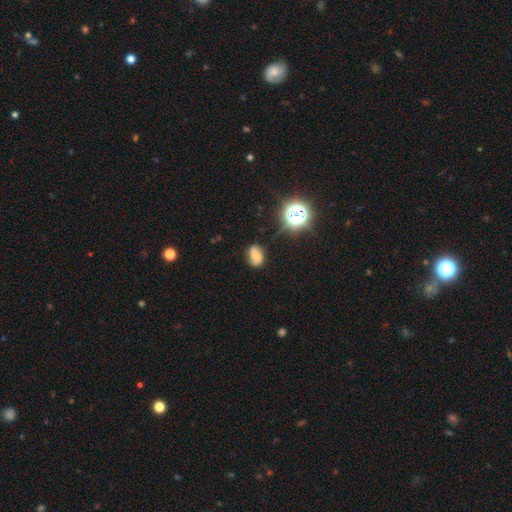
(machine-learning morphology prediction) This appears to be a smooth galaxy with no disk features (43%). Merging: none (62%).